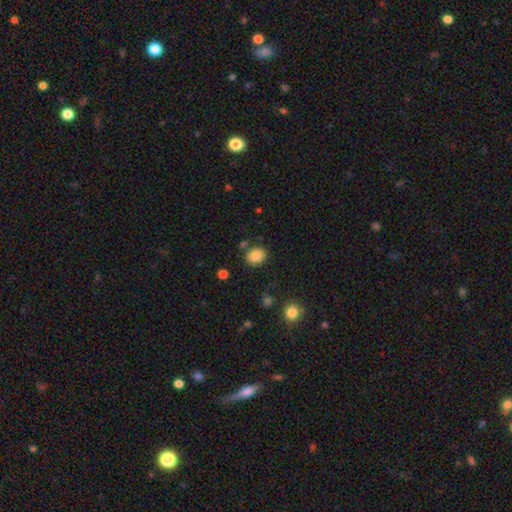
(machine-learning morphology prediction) Smooth or featured? smooth (86%)
How rounded? round (57%)
Merging? none (82%)